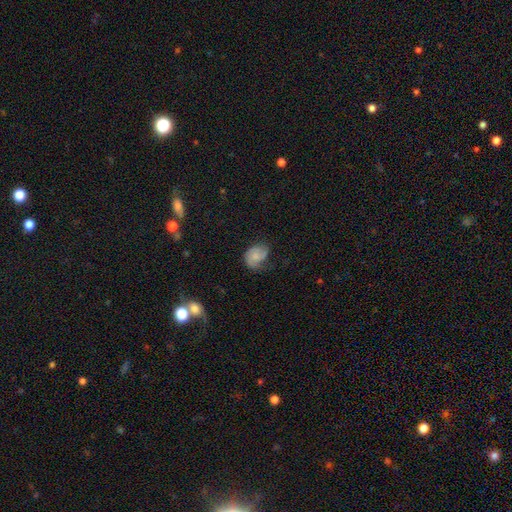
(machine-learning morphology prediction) This appears to be a smooth galaxy with no disk features (51%) that is in between round and cigar-shaped (62%). Merging: none (43%).